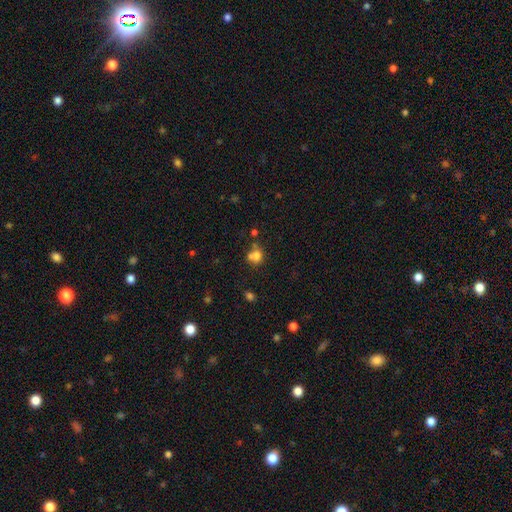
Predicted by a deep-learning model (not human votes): smooth-or-featured: smooth: 72% | star or artifact: 14% | featured or disk: 14%
  how-rounded: round: 72% | in between: 27% | cigar-shaped: 1%
  merging: none: 41% | merger: 39% | minor disturbance: 13% | major disturbance: 7%